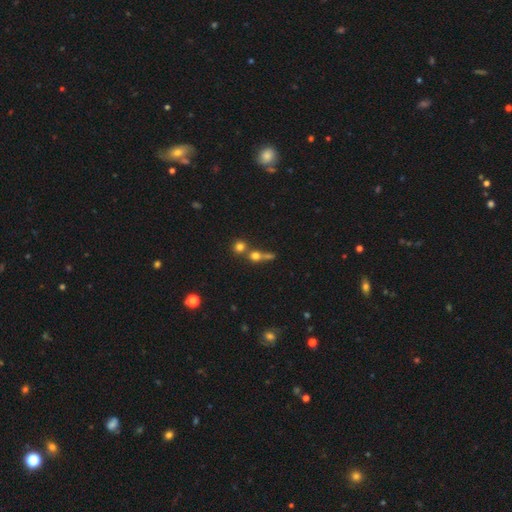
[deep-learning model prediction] Overall: smooth (64%). How rounded: round (77%). Merging: none (44%; merger 42%).